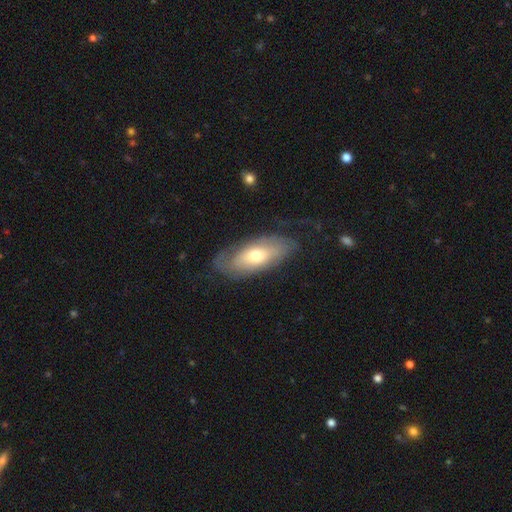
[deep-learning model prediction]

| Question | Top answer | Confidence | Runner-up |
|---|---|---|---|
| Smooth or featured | smooth | 50% | featured or disk (44%) |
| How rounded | in between | 81% | cigar-shaped (16%) |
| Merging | none | 65% | minor disturbance (23%) |